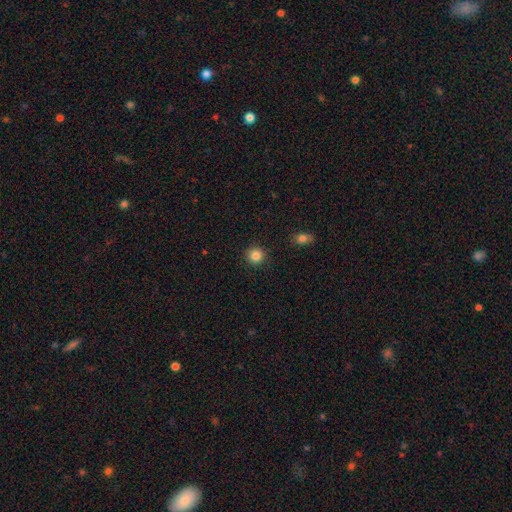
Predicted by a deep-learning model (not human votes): smooth-or-featured: smooth: 85% | star or artifact: 10% | featured or disk: 4%
  how-rounded: round: 93% | in between: 6% | cigar-shaped: 1%
  merging: none: 91% | minor disturbance: 5% | major disturbance: 2% | merger: 1%